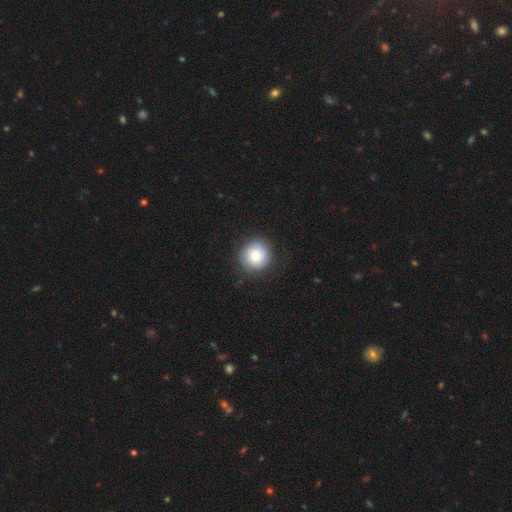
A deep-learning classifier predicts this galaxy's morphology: Q: Smooth or featured?
A: smooth (76%); runner-up: featured or disk (16%)
Q: How rounded?
A: round (93%); runner-up: in between (6%)
Q: Merging?
A: none (83%); runner-up: minor disturbance (12%)